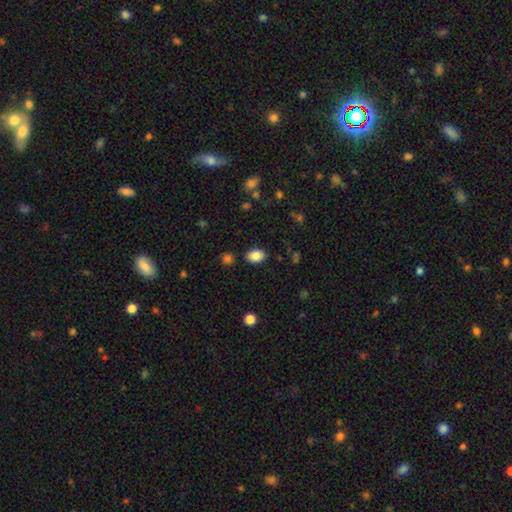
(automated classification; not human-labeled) A smooth galaxy with no disk features (86%) that is in between round and cigar-shaped (87%). Merging: none (86%).